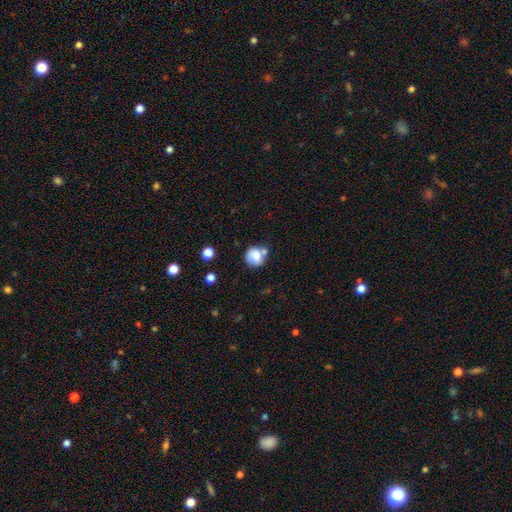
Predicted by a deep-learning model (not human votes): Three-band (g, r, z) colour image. It shows a smooth galaxy with no disk features (77%) that is round (86%). Merging: none (57%).